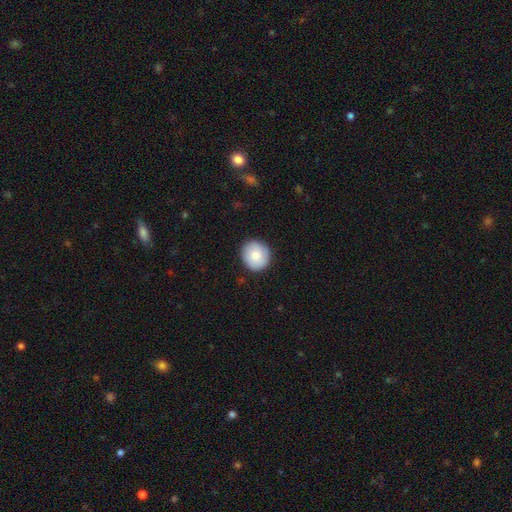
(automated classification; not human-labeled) A smooth galaxy with no disk features (82%) that is round (89%). Merging: none (88%).